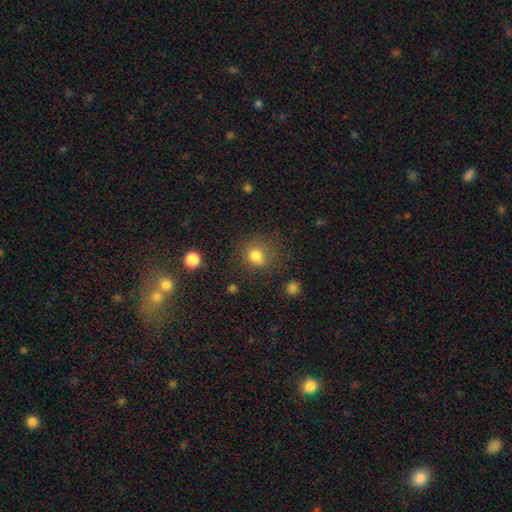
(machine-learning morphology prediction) Smooth or featured?
  - smooth: 80% *
  - star or artifact: 13%
  - featured or disk: 8%
How rounded?
  - round: 75% *
  - in between: 24%
  - cigar-shaped: 1%
Merging?
  - none: 64% *
  - minor disturbance: 20%
  - major disturbance: 13%
  - merger: 4%